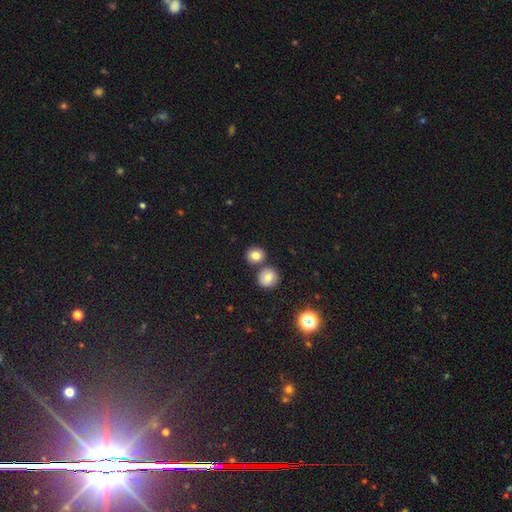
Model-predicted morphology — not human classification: Smooth or featured?
  - smooth: 81% *
  - star or artifact: 11%
  - featured or disk: 8%
How rounded?
  - round: 81% *
  - in between: 18%
  - cigar-shaped: 1%
Merging?
  - none: 72% *
  - merger: 18%
  - minor disturbance: 8%
  - major disturbance: 2%